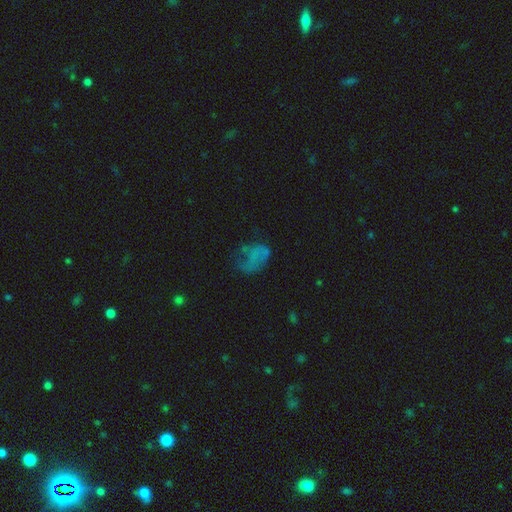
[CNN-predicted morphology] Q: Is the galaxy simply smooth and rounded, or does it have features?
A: smooth — 43%.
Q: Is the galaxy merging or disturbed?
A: major disturbance — 37%.